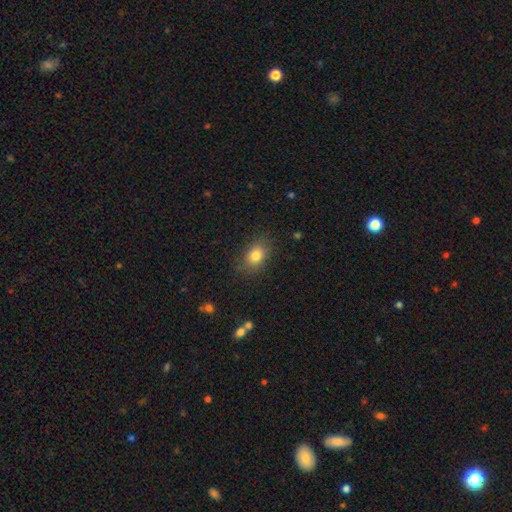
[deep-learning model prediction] smooth-or-featured: smooth: 81% | star or artifact: 10% | featured or disk: 9%
  how-rounded: in between: 72% | round: 26% | cigar-shaped: 2%
  merging: none: 81% | minor disturbance: 13% | major disturbance: 4% | merger: 1%